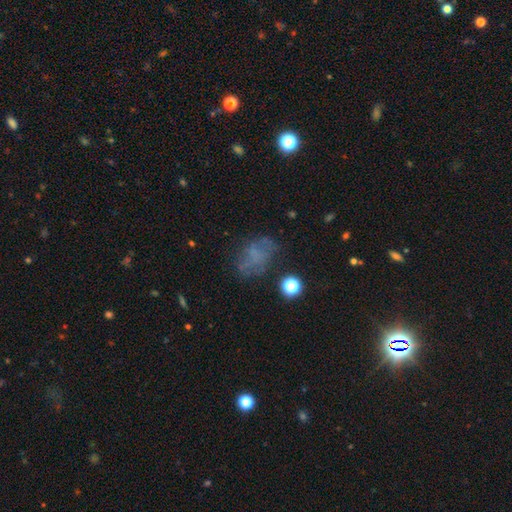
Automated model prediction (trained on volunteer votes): A smooth galaxy with no disk features (46%).

Vote fractions:
- Smooth or featured? smooth: 46% / featured or disk: 33% / star or artifact: 22%
- Merging? none: 57% / minor disturbance: 21% / major disturbance: 18% / merger: 4%